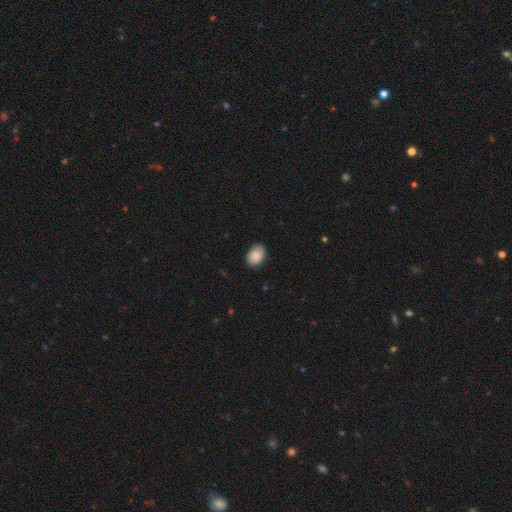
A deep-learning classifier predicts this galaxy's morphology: type=smooth (88%); roundness=in between (75%); merging=none (83%).